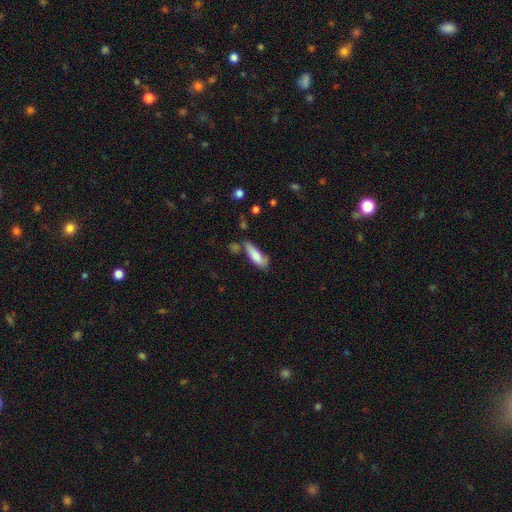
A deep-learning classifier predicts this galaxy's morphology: Overall: smooth (78%). How rounded: in between (57%; cigar-shaped 41%). Merging: none (44%; minor disturbance 32%).